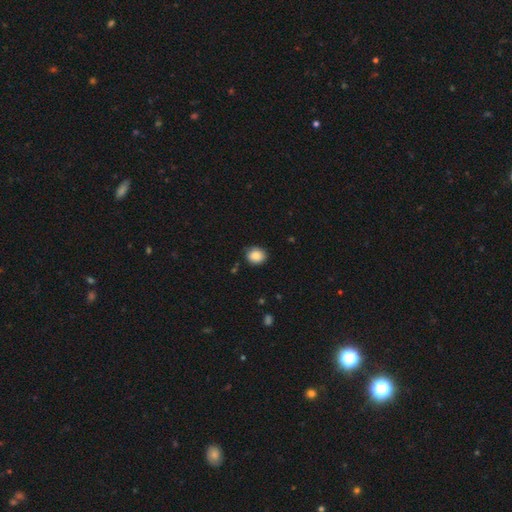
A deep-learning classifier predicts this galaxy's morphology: Q: Smooth or featured?
A: smooth (87%); runner-up: star or artifact (9%)
Q: How rounded?
A: round (69%); runner-up: in between (30%)
Q: Merging?
A: none (83%); runner-up: minor disturbance (14%)